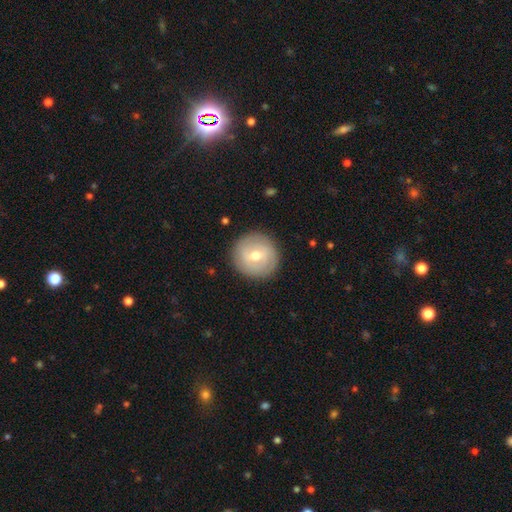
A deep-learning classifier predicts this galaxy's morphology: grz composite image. It shows a smooth galaxy with no disk features (47%). Merging: none (88%).